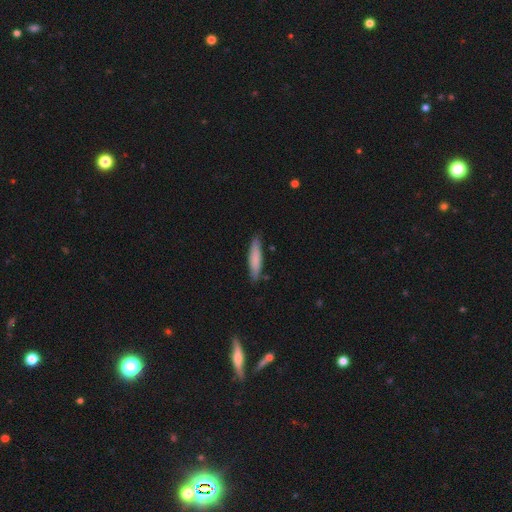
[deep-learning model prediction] A smooth galaxy with no disk features (78%) that is cigar-shaped (82%). Merging: none (83%).